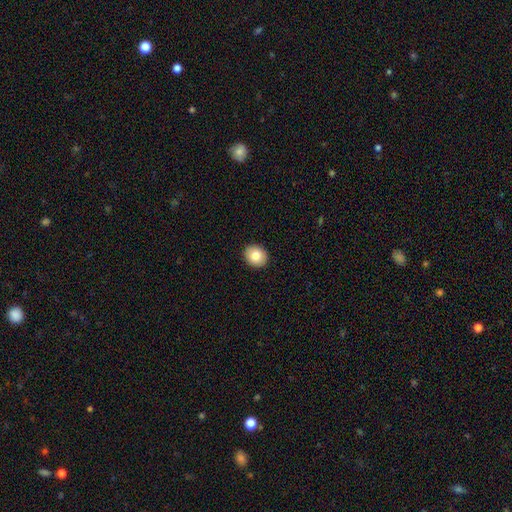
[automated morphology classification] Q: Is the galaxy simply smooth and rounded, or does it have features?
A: smooth — 82%.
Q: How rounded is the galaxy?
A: round — 65%.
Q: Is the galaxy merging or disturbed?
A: none — 92%.